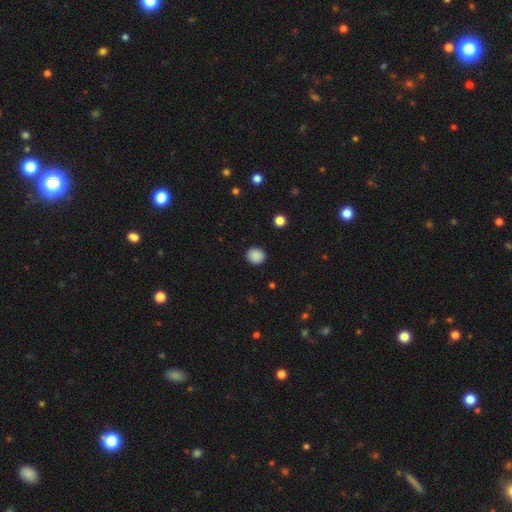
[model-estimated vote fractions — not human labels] This is clearly a smooth galaxy (88%). How rounded: clearly round (87%). Merging: clearly none (91%).